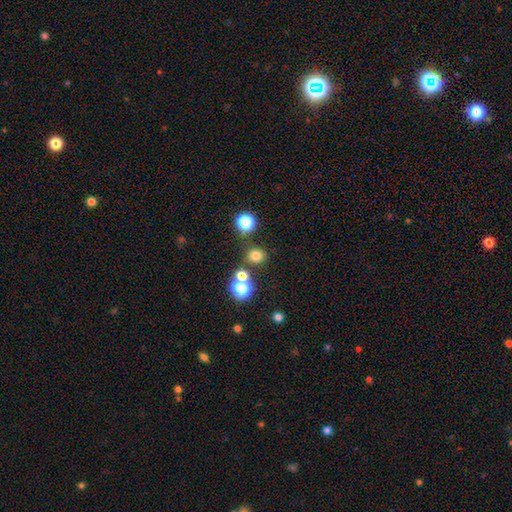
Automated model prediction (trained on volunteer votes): Smooth or featured?
  - smooth: 74% *
  - star or artifact: 21%
  - featured or disk: 5%
How rounded?
  - round: 83% *
  - in between: 16%
  - cigar-shaped: 1%
Merging?
  - none: 78% *
  - merger: 11%
  - minor disturbance: 8%
  - major disturbance: 3%